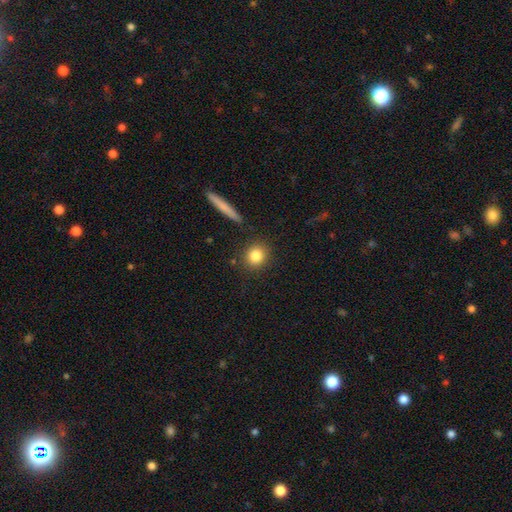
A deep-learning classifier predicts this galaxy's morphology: Smooth or featured?
  - smooth: 83% *
  - star or artifact: 9%
  - featured or disk: 8%
How rounded?
  - round: 83% *
  - in between: 15%
  - cigar-shaped: 2%
Merging?
  - none: 87% *
  - minor disturbance: 8%
  - merger: 3%
  - major disturbance: 3%